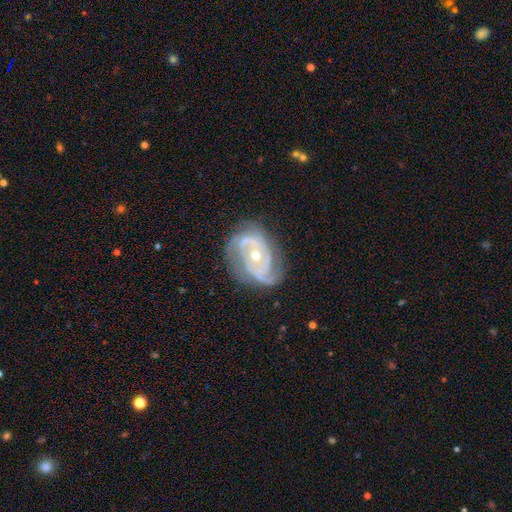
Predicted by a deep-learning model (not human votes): This appears to be a featured or disk galaxy (89%) with no bar (70%), 2 (40%) tight (56%) spiral arms (96%) and a moderate central bulge (50%). Merging: none (68%).